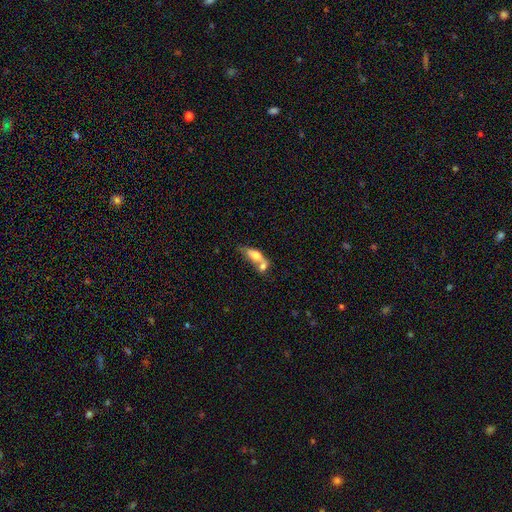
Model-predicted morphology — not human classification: Smooth or featured?
  - smooth: 66% *
  - featured or disk: 26%
  - star or artifact: 7%
How rounded?
  - in between: 73% *
  - cigar-shaped: 18%
  - round: 9%
Merging?
  - merger: 69% *
  - none: 17%
  - minor disturbance: 8%
  - major disturbance: 6%